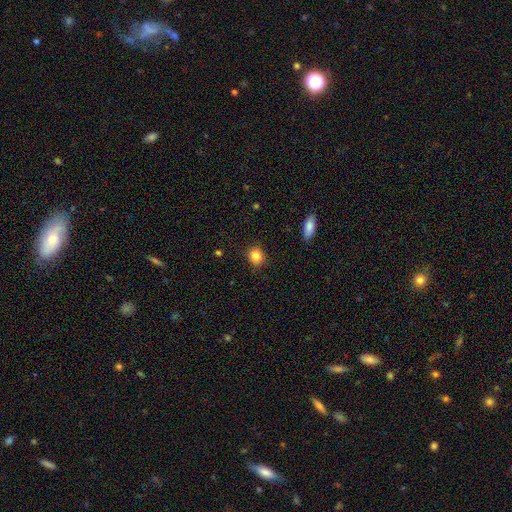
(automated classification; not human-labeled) smooth-or-featured: smooth: 85% | star or artifact: 10% | featured or disk: 5%
  how-rounded: round: 81% | in between: 18% | cigar-shaped: 1%
  merging: none: 87% | minor disturbance: 10% | major disturbance: 2% | merger: 1%